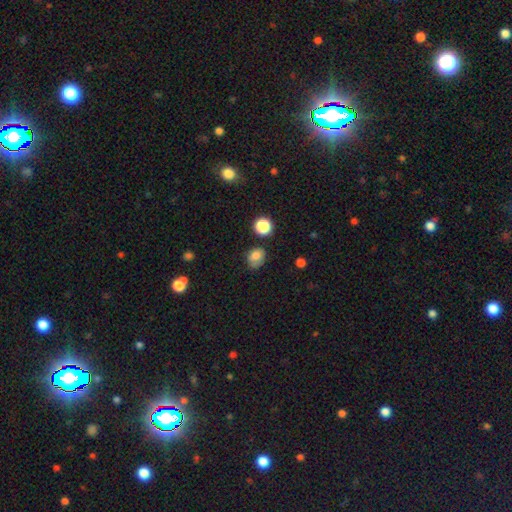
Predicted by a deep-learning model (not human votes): Smooth or featured?
  - smooth: 78% *
  - star or artifact: 13%
  - featured or disk: 9%
How rounded?
  - in between: 54% *
  - round: 45%
  - cigar-shaped: 1%
Merging?
  - none: 60% *
  - minor disturbance: 27%
  - major disturbance: 8%
  - merger: 4%